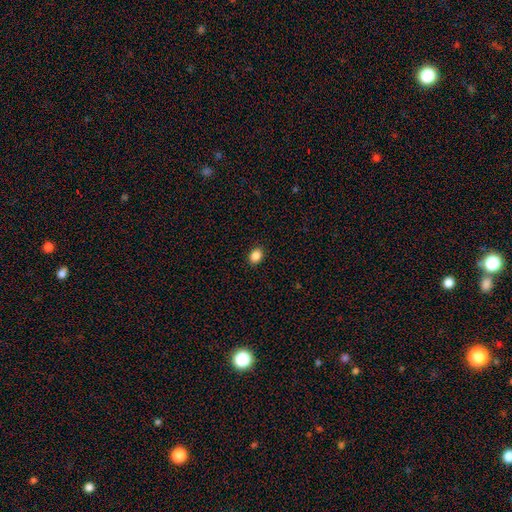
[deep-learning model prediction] Morphology: type=smooth (87%); roundness=in between (61%); merging=none (91%).